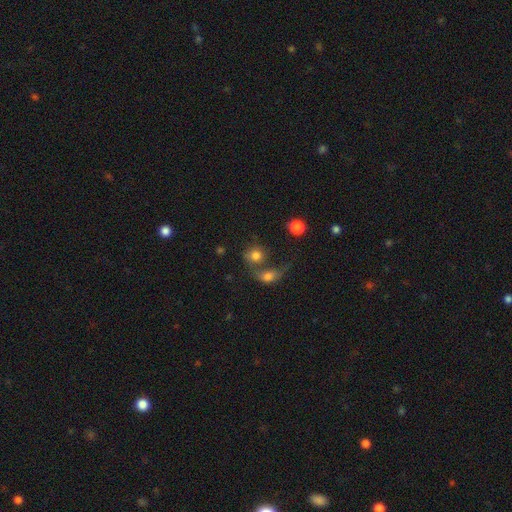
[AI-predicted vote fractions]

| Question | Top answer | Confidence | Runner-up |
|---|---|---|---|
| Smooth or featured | smooth | 76% | featured or disk (13%) |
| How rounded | round | 74% | in between (25%) |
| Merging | merger | 54% | none (28%) |